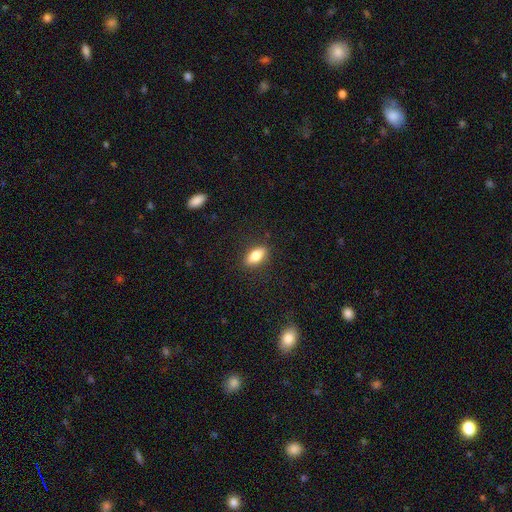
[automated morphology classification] Smooth or featured? smooth (76%)
How rounded? in between (81%)
Merging? none (87%)